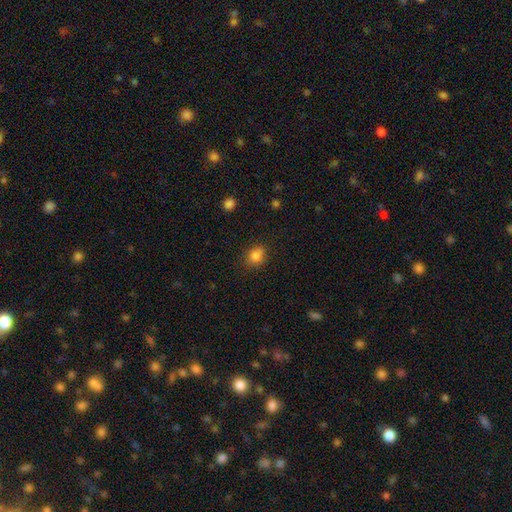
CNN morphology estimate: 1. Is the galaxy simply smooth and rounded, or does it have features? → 83% smooth, 11% star or artifact, 6% featured or disk.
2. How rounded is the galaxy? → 57% round, 42% in between, 1% cigar-shaped.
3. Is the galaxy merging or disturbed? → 74% none, 18% minor disturbance, 4% merger, 4% major disturbance.